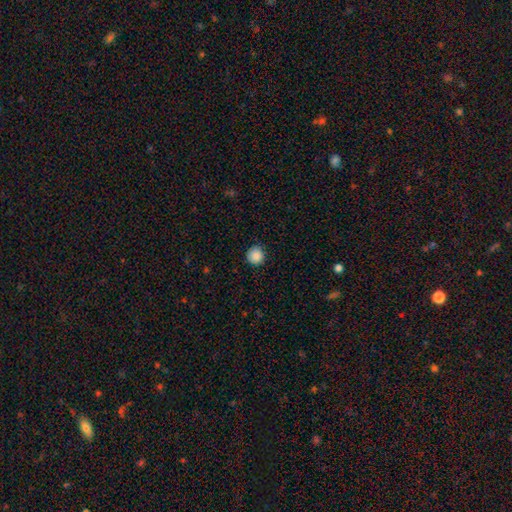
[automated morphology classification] This is clearly a smooth galaxy (88%). How rounded: clearly round (94%). Merging: clearly none (89%).